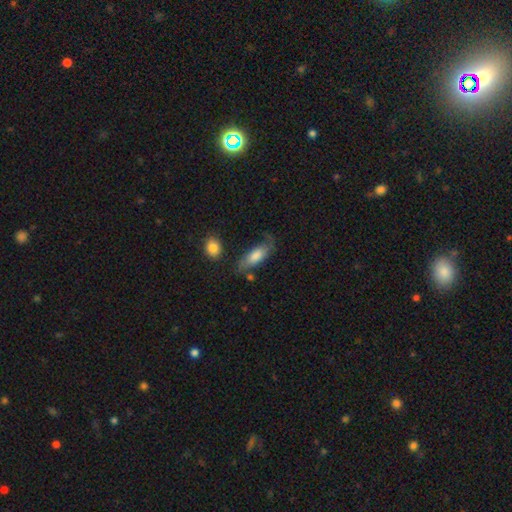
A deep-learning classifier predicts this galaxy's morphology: A smooth galaxy with no disk features (68%) that is in between round and cigar-shaped (75%).

Vote fractions:
- Smooth or featured? smooth: 68% / featured or disk: 25% / star or artifact: 7%
- How rounded? in between: 75% / cigar-shaped: 22% / round: 3%
- Merging? none: 56% / minor disturbance: 27% / major disturbance: 12% / merger: 5%